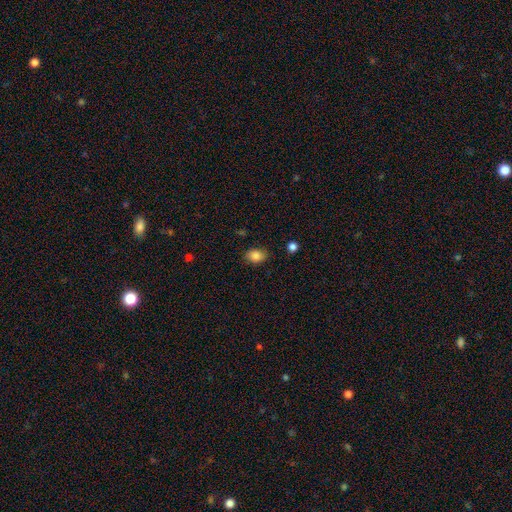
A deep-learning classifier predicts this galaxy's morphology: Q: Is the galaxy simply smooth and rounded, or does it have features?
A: smooth — 85%.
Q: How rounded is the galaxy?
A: in between — 75%.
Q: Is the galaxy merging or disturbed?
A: none — 83%.